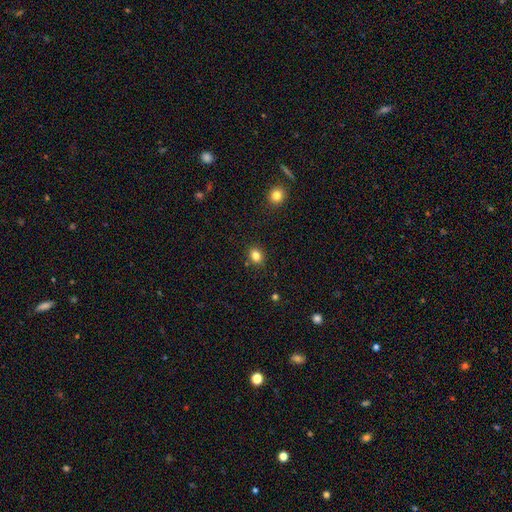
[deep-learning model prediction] Smooth or featured? Predicted: smooth (p=0.83). How rounded? Predicted: round (p=0.55). Merging? Predicted: none (p=0.88).